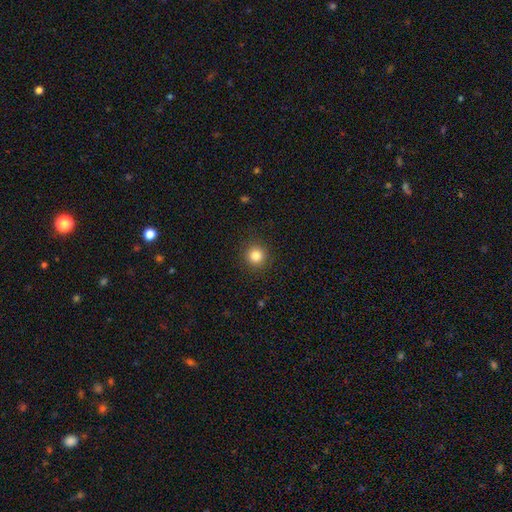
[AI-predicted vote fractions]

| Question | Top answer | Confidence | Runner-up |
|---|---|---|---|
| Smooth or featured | smooth | 84% | star or artifact (11%) |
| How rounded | round | 94% | in between (5%) |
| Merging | none | 90% | minor disturbance (6%) |